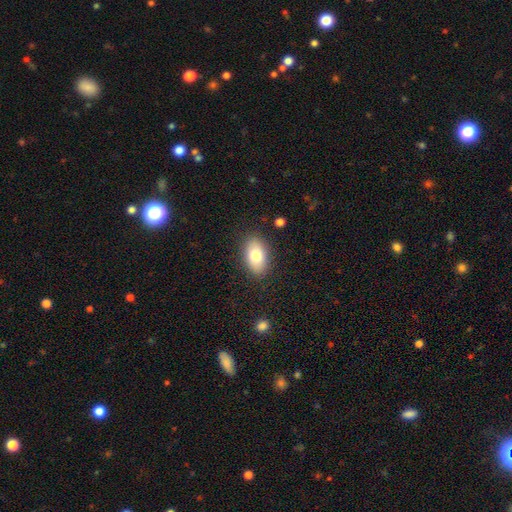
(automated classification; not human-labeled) This appears to be a smooth galaxy with no disk features (80%) that is in between round and cigar-shaped (91%). Merging: none (86%).